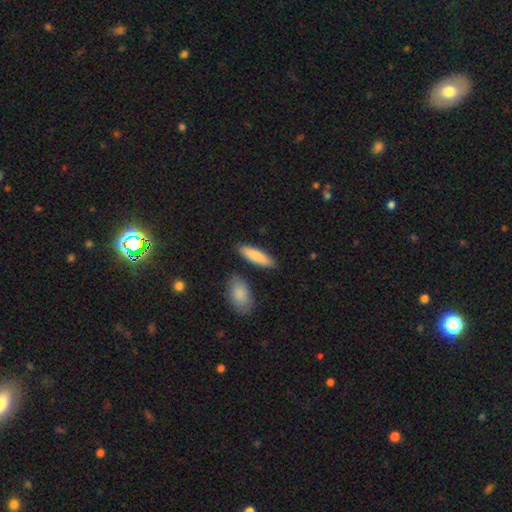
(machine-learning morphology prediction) smooth-or-featured: smooth: 85% | featured or disk: 10% | star or artifact: 5%
  how-rounded: cigar-shaped: 58% | in between: 40% | round: 2%
  merging: none: 83% | minor disturbance: 10% | merger: 5% | major disturbance: 2%